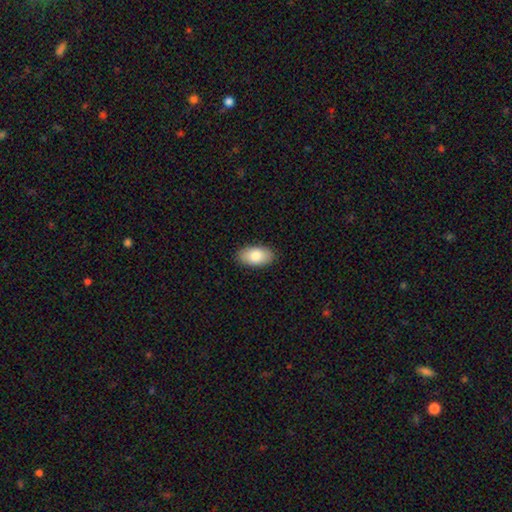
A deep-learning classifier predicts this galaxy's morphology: This appears to be a smooth galaxy with no disk features (84%) that is in between round and cigar-shaped (95%). Merging: none (89%).